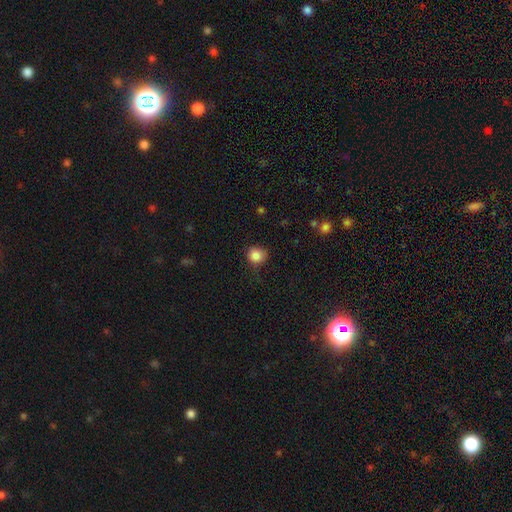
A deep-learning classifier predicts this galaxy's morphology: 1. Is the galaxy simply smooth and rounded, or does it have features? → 86% smooth, 10% star or artifact, 4% featured or disk.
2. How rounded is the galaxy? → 87% round, 12% in between, 1% cigar-shaped.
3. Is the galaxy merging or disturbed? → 73% none, 21% minor disturbance, 5% major disturbance, 1% merger.